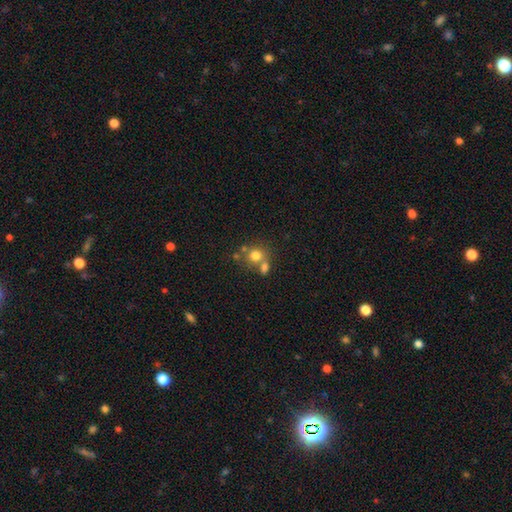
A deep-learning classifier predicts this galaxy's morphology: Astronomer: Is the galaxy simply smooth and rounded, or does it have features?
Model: smooth — 74%.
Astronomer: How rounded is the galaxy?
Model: round — 77%.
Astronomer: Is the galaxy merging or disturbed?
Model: none — 48% (runner-up: merger, 38%).